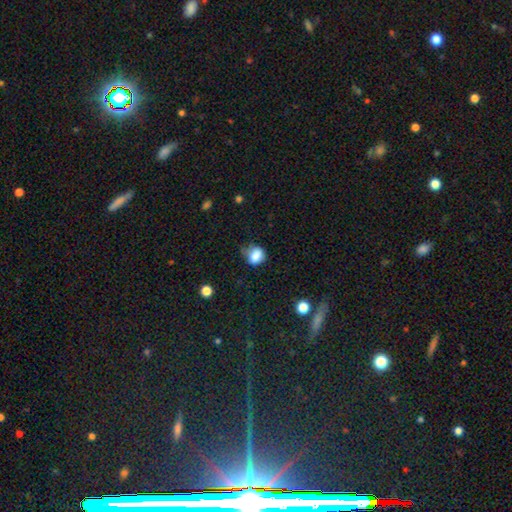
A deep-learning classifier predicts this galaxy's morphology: A smooth galaxy with no disk features (82%) that is round (58%).

Vote fractions:
- Smooth or featured? smooth: 82% / star or artifact: 10% / featured or disk: 9%
- How rounded? round: 58% / in between: 41% / cigar-shaped: 1%
- Merging? none: 49% / minor disturbance: 36% / major disturbance: 12% / merger: 3%